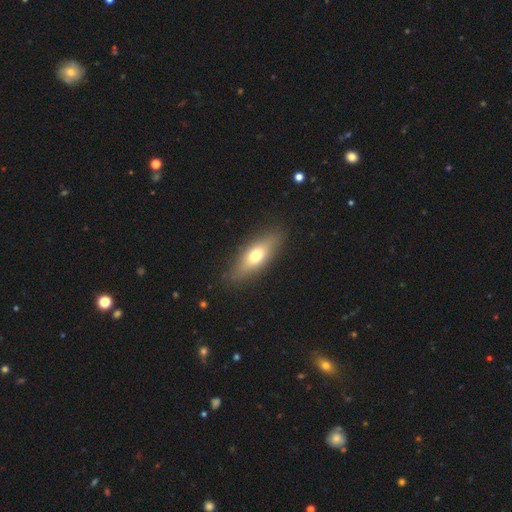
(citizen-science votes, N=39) Smooth or featured? smooth (69%)
How rounded? in between (52%)
Merging? none (85%)